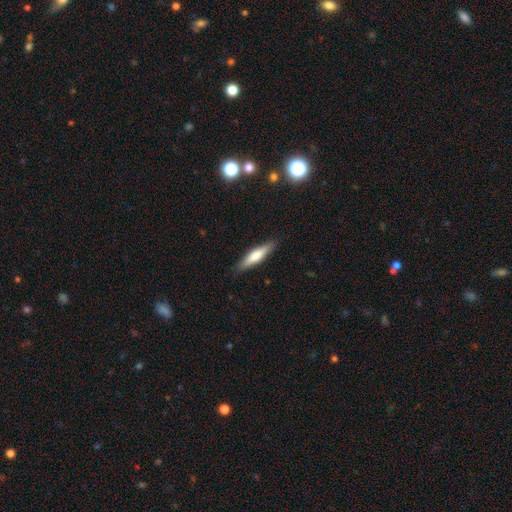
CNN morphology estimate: Smooth or featured? Predicted: smooth (p=0.64). How rounded? Predicted: cigar-shaped (p=0.77). Merging? Predicted: none (p=0.88).